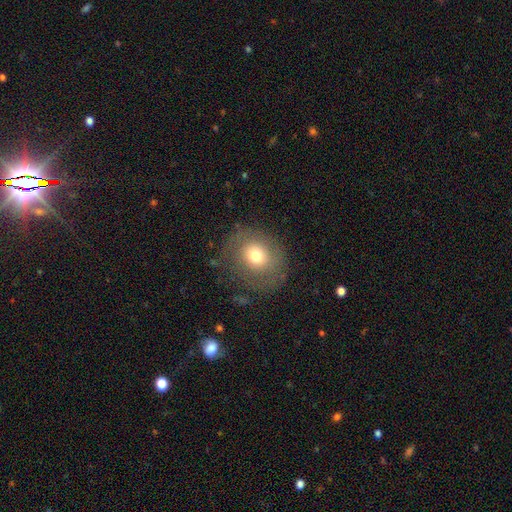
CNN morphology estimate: This is likely a smooth galaxy (69%). How rounded: likely round (72%). Merging: likely none (74%).